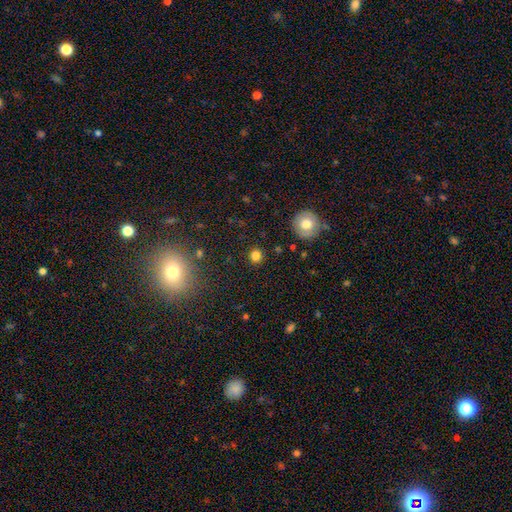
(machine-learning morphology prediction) A smooth galaxy with no disk features (81%) that is round (89%). Merging: none (89%).